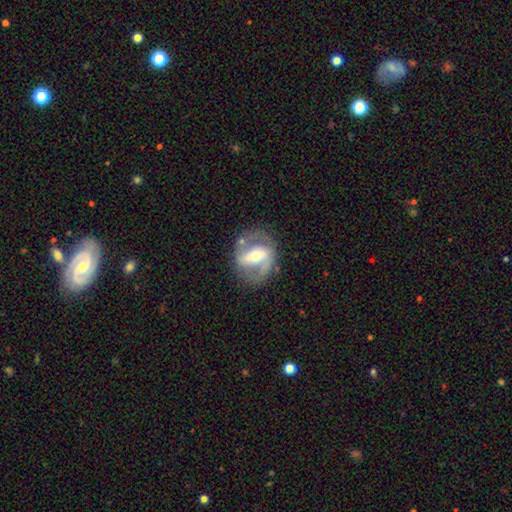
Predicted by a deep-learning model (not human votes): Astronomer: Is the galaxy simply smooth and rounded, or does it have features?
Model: featured or disk — 79%.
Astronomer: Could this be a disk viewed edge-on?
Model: no — 95%.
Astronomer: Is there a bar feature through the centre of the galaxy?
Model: strong — 52% (runner-up: weak, 31%).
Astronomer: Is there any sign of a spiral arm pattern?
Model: yes — 78%.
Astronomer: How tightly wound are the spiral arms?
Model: medium — 51% (runner-up: loose, 28%).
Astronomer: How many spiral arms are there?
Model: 2 — 86%.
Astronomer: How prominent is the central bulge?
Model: moderate — 62%.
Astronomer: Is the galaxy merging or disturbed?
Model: none — 75%.